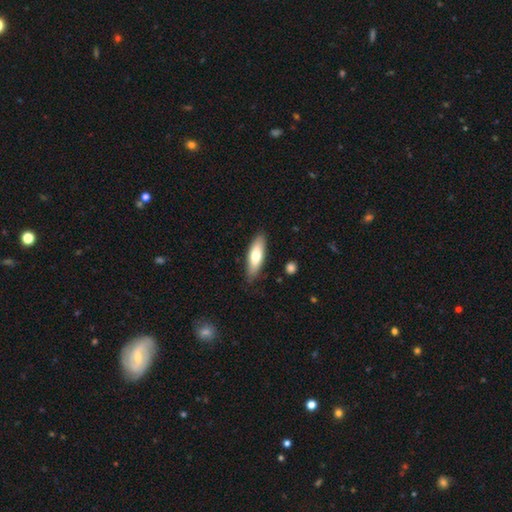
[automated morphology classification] type=smooth (67%); roundness=in between (53%); merging=none (85%).